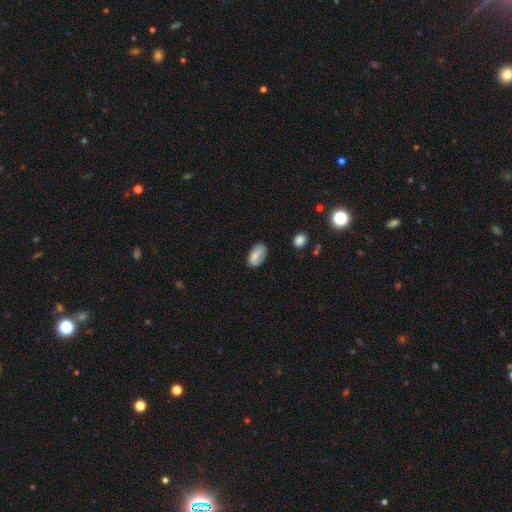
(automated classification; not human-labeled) A smooth galaxy with no disk features (75%) that is in between round and cigar-shaped (92%).

Vote fractions:
- Smooth or featured? smooth: 75% / featured or disk: 17% / star or artifact: 8%
- How rounded? in between: 92% / round: 6% / cigar-shaped: 2%
- Merging? none: 64% / minor disturbance: 25% / major disturbance: 8% / merger: 2%